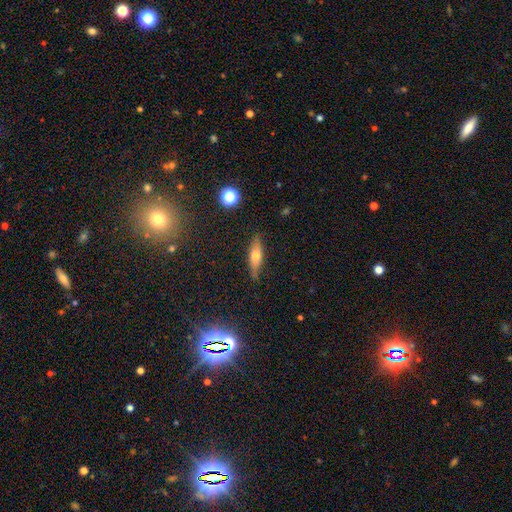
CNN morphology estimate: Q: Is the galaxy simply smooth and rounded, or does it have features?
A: smooth — 49%.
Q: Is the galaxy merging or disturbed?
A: none — 82%.